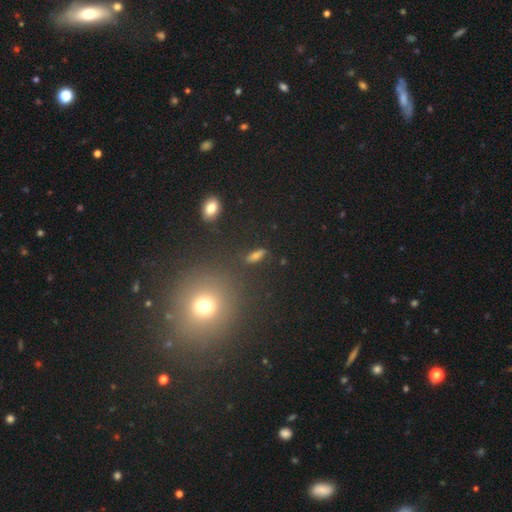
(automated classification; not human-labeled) Smooth or featured? Predicted: smooth (p=0.57). How rounded? Predicted: in between (p=0.46). Merging? Predicted: none (p=0.81).